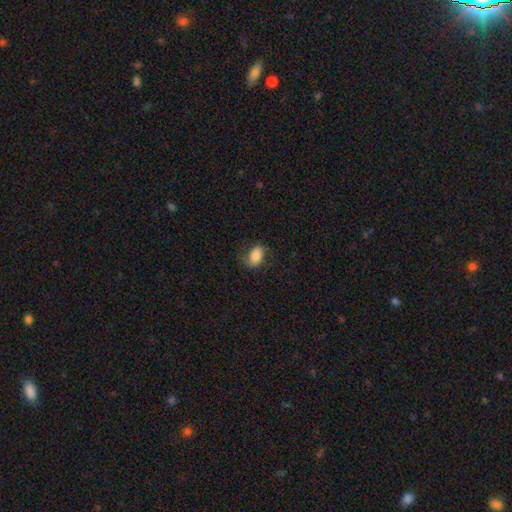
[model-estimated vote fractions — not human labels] smooth_or_featured: smooth (p=0.75) [alt: featured or disk p=0.17]
how_rounded: in between (p=0.82) [alt: round p=0.16]
merging: none (p=0.67) [alt: minor disturbance p=0.22]